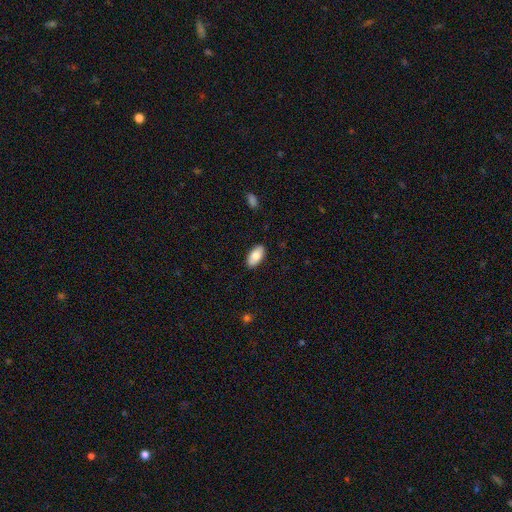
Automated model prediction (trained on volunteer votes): smooth-or-featured: smooth: 79% | featured or disk: 15% | star or artifact: 6%
  how-rounded: in between: 94% | cigar-shaped: 3% | round: 2%
  merging: none: 88% | minor disturbance: 9% | major disturbance: 2% | merger: 1%